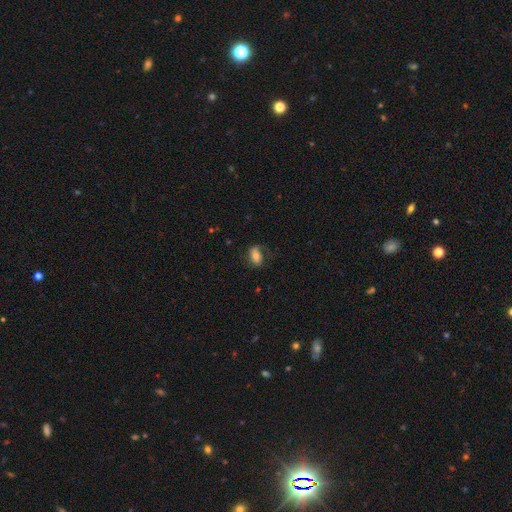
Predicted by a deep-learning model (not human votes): A smooth galaxy with no disk features (55%) that is in between round and cigar-shaped (85%).

Vote fractions:
- Smooth or featured? smooth: 55% / featured or disk: 35% / star or artifact: 9%
- How rounded? in between: 85% / round: 11% / cigar-shaped: 4%
- Merging? none: 58% / minor disturbance: 23% / major disturbance: 17% / merger: 2%